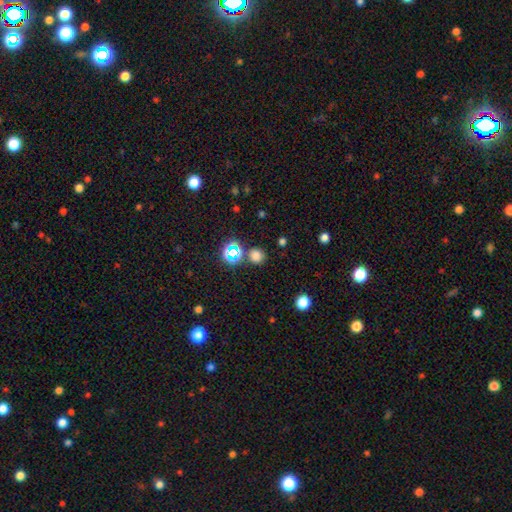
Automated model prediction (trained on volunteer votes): A smooth galaxy with no disk features (69%) that is round (89%).

Vote fractions:
- Smooth or featured? smooth: 69% / star or artifact: 25% / featured or disk: 5%
- How rounded? round: 89% / in between: 10% / cigar-shaped: 1%
- Merging? none: 80% / merger: 8% / minor disturbance: 8% / major disturbance: 3%